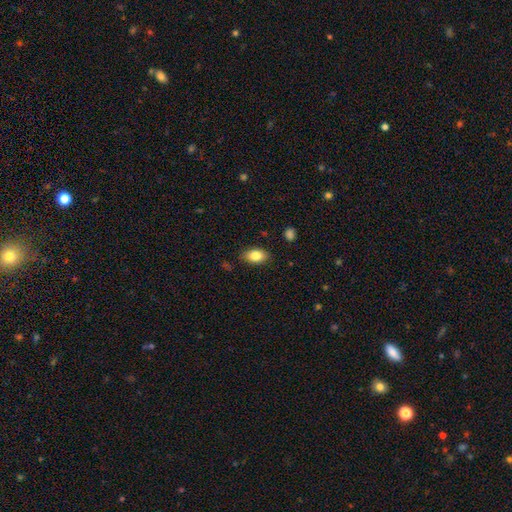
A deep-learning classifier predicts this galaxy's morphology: smooth-or-featured: smooth: 84% | featured or disk: 8% | star or artifact: 8%
  how-rounded: in between: 88% | round: 10% | cigar-shaped: 2%
  merging: none: 85% | minor disturbance: 11% | major disturbance: 3% | merger: 1%